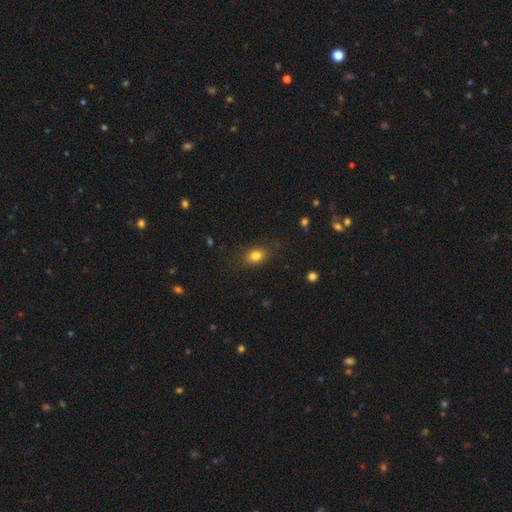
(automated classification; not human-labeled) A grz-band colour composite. It shows a smooth galaxy with no disk features (81%) that is in between round and cigar-shaped (69%). Merging: none (82%).